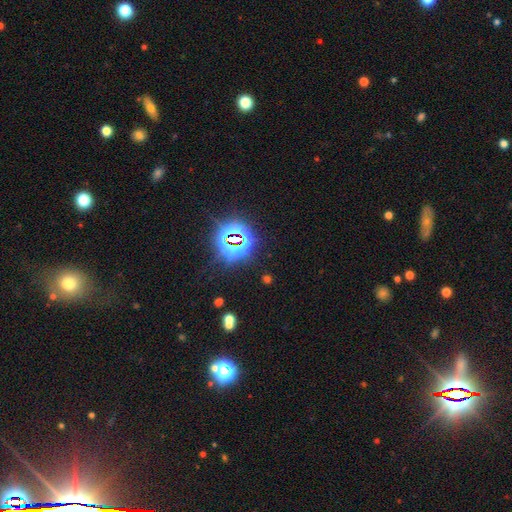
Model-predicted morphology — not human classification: A star or artifact, not a galaxy (80%).